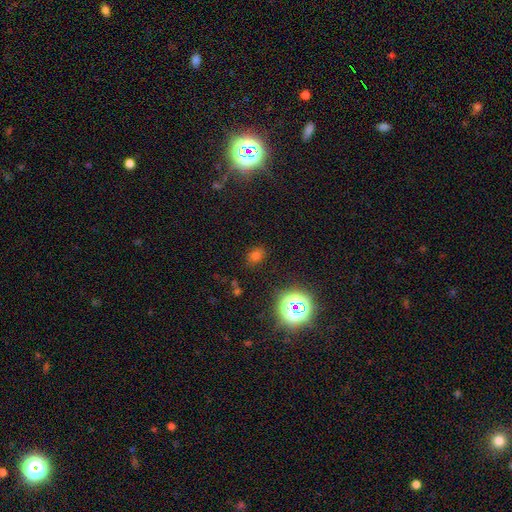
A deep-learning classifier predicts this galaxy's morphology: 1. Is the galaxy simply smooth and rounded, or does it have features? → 57% smooth, 36% star or artifact, 7% featured or disk.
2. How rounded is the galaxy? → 57% in between, 41% round, 2% cigar-shaped.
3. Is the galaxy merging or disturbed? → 83% none, 11% minor disturbance, 4% major disturbance, 3% merger.